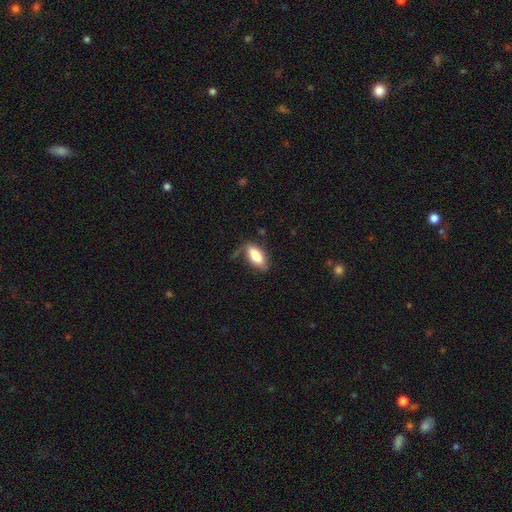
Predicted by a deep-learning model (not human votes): Smooth or featured? smooth (79%)
How rounded? in between (86%)
Merging? none (51%)